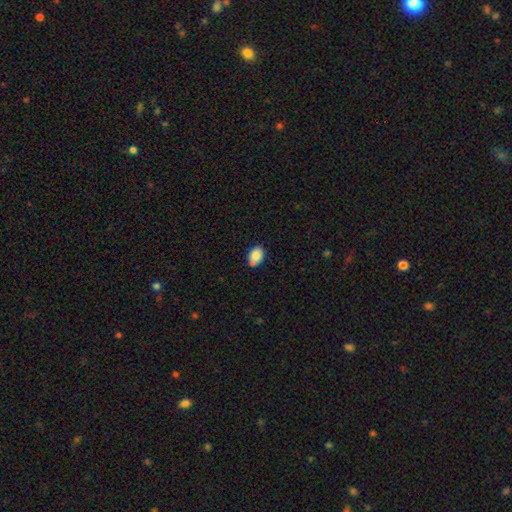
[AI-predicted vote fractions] This appears to be a smooth galaxy with no disk features (86%) that is in between round and cigar-shaped (78%). Merging: none (70%).